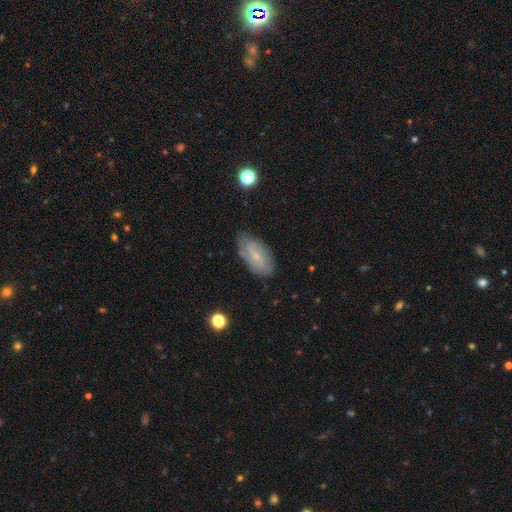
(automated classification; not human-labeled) Smooth or featured: featured or disk — 65% (smooth — 28%)
Edge-on disk: no — 94% (yes — 6%)
Bar: no — 46% (weak — 45%)
Spiral arms: yes — 89% (no — 11%)
Spiral winding: tight — 49% (medium — 37%)
Spiral arm count: 2 — 47% (can't tell — 34%)
Bulge size: small — 73% (moderate — 16%)
Merging: none — 75% (minor disturbance — 19%)